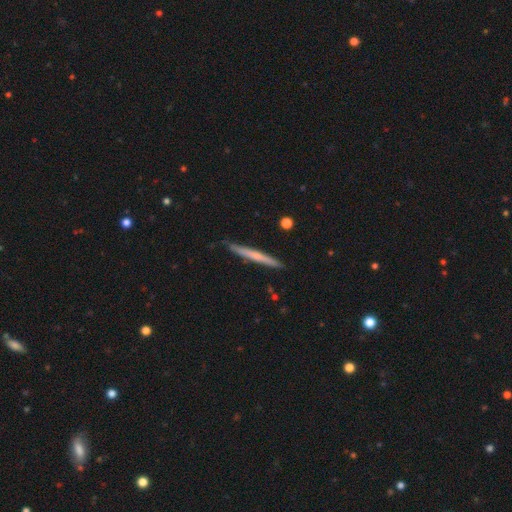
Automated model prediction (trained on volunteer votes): This is possibly a featured or disk galaxy (48%). Merging: clearly none (88%).